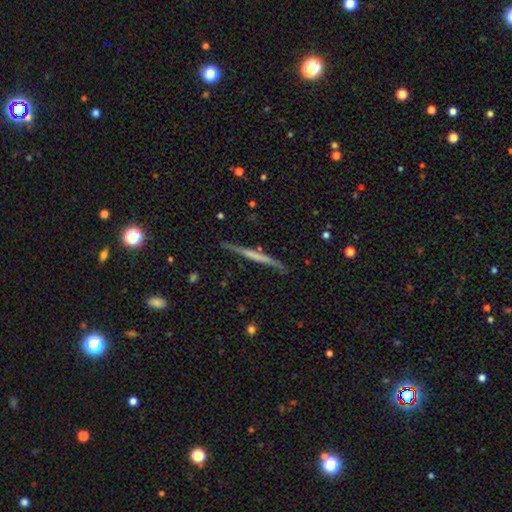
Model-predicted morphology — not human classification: Smooth or featured? Predicted: featured or disk (p=0.58). Edge-on disk? Predicted: yes (p=0.97). Edge-on bulge? Predicted: none (p=0.79). Merging? Predicted: none (p=0.86).